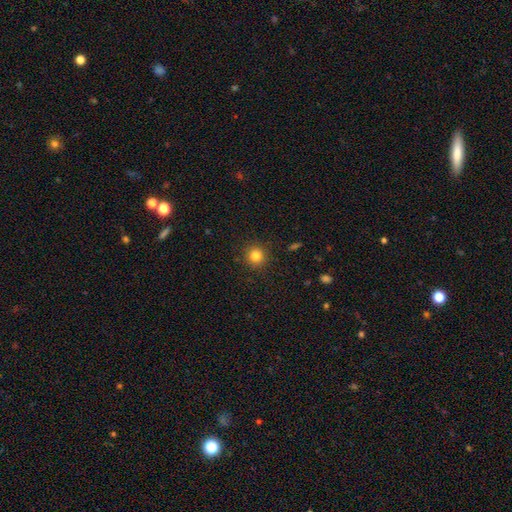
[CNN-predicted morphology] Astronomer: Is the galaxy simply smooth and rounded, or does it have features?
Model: smooth — 82%.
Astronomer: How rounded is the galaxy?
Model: round — 93%.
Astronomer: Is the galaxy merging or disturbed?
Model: none — 91%.